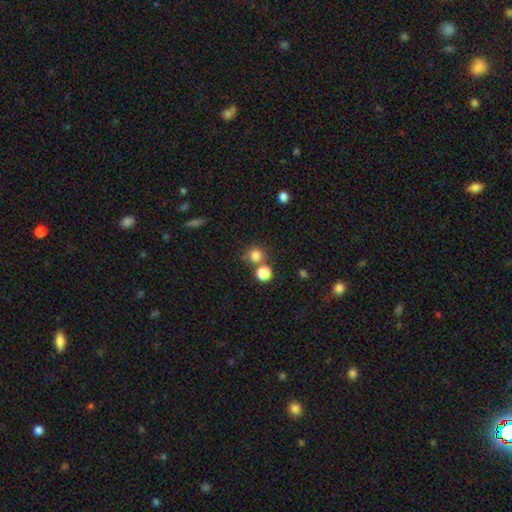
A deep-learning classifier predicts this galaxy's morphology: A smooth galaxy with no disk features (80%) that is round (90%). Merging: none (67%).